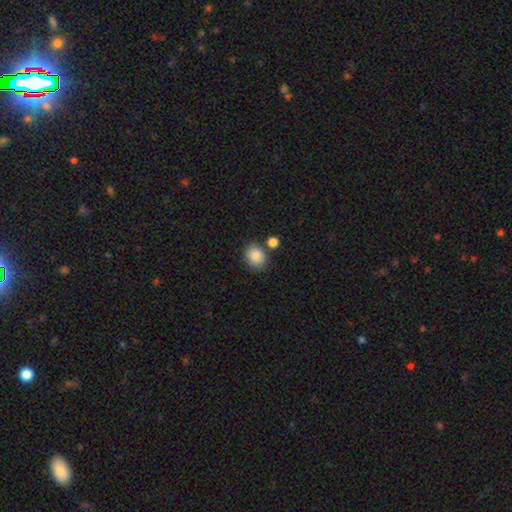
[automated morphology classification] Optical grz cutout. It shows a smooth galaxy with no disk features (87%) that is round (64%). Merging: none (73%).